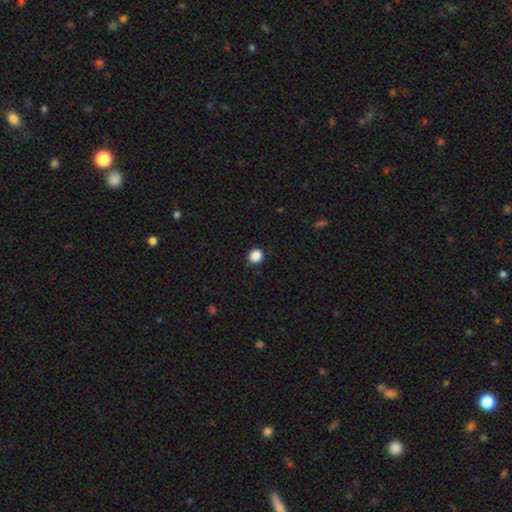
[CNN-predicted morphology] The model was most divided on "smooth or featured": smooth: 87%, star or artifact: 11%, featured or disk: 2%. More confident: how rounded — round (93%); merging — none (92%).